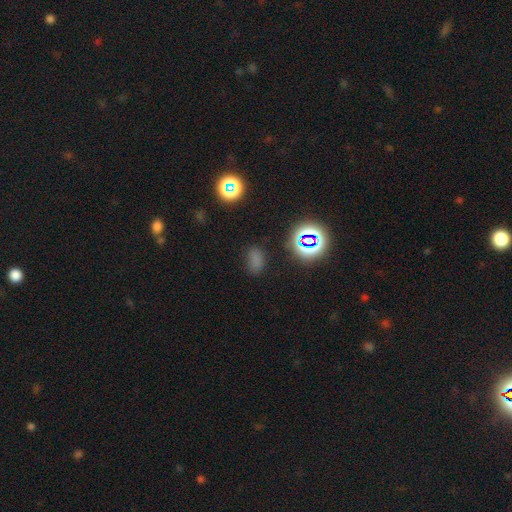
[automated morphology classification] Smooth or featured: smooth — 62% (star or artifact — 32%)
How rounded: in between — 78% (round — 19%)
Merging: none — 79% (minor disturbance — 14%)